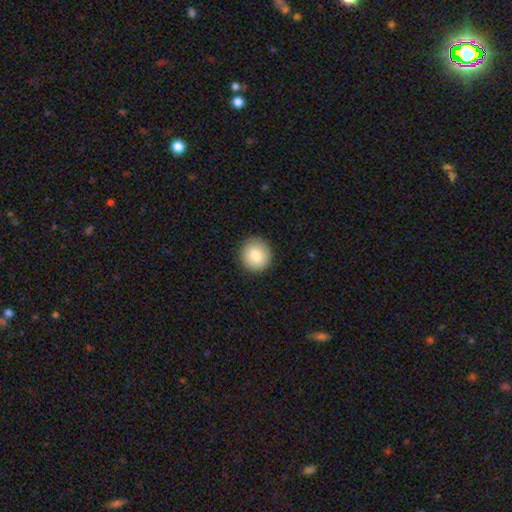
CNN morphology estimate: A smooth galaxy with no disk features (84%) that is round (88%). Merging: none (90%).